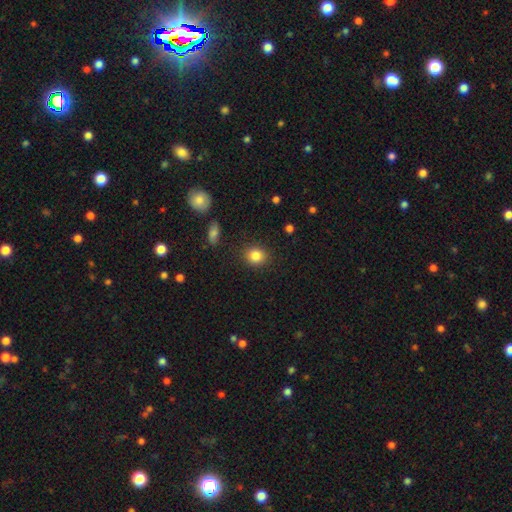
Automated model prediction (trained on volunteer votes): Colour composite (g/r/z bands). It shows a smooth galaxy with no disk features (84%) that is round (76%). Merging: none (88%).